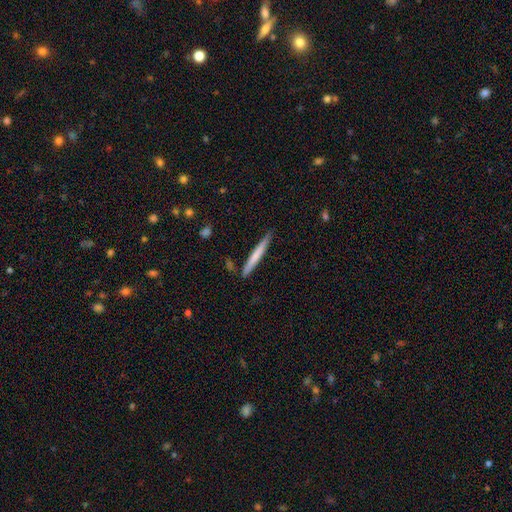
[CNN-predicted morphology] smooth 64%, featured or disk 31%, star or artifact 5%. Down the decision tree: how rounded — cigar-shaped (97%); merging — none (87%).